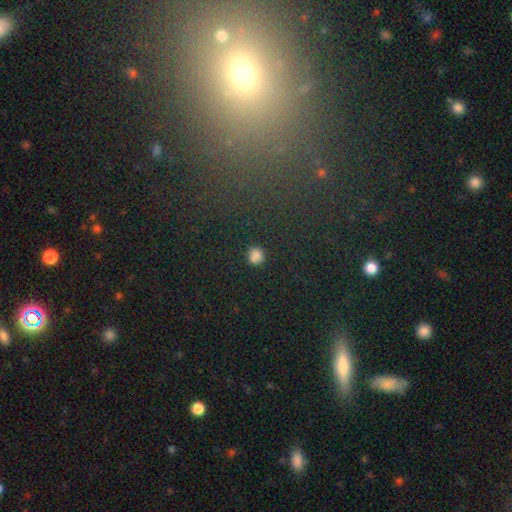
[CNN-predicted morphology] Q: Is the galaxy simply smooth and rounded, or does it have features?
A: smooth — 80%.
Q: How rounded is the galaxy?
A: round — 84%.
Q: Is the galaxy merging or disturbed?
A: none — 81%.